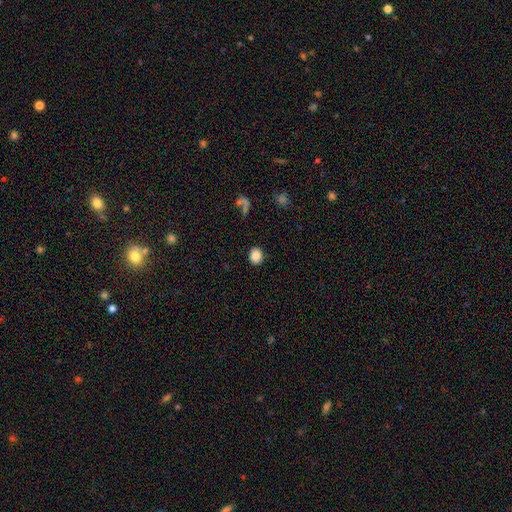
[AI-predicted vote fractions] Q: Smooth or featured?
A: smooth (86%); runner-up: star or artifact (9%)
Q: How rounded?
A: round (64%); runner-up: in between (35%)
Q: Merging?
A: none (87%); runner-up: minor disturbance (8%)